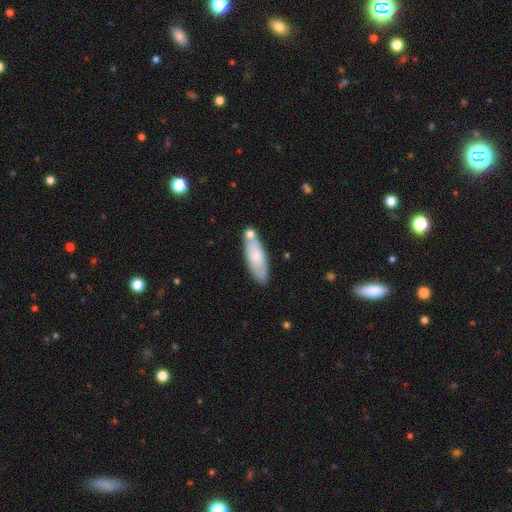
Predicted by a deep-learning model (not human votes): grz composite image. It shows a smooth galaxy with no disk features (72%) that is in between round and cigar-shaped (54%). Merging: none (72%).